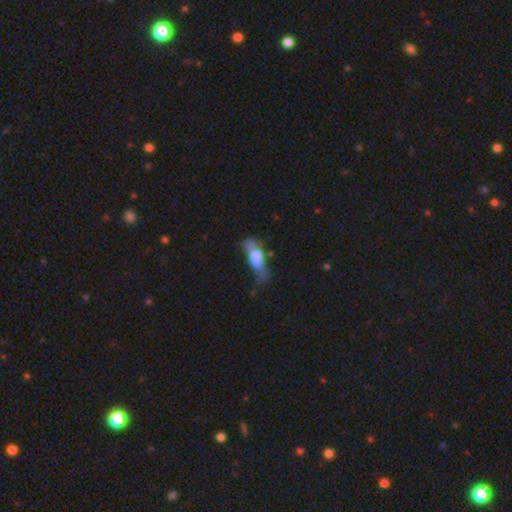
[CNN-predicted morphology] A smooth galaxy with no disk features (52%) that is in between round and cigar-shaped (69%). Merging: none (39%).